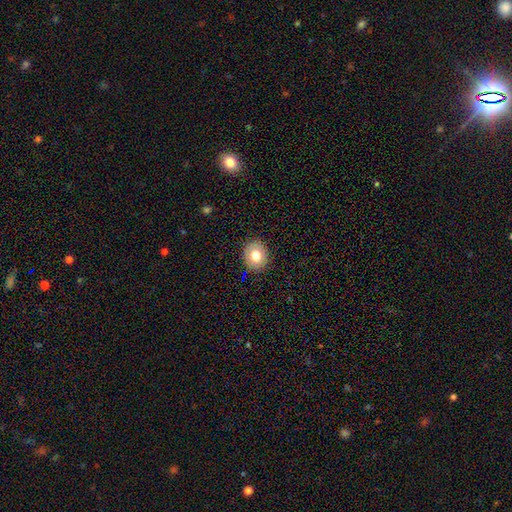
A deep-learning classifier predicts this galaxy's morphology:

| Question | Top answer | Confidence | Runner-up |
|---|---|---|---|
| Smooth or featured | smooth | 74% | featured or disk (17%) |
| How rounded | round | 67% | in between (32%) |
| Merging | none | 89% | minor disturbance (8%) |